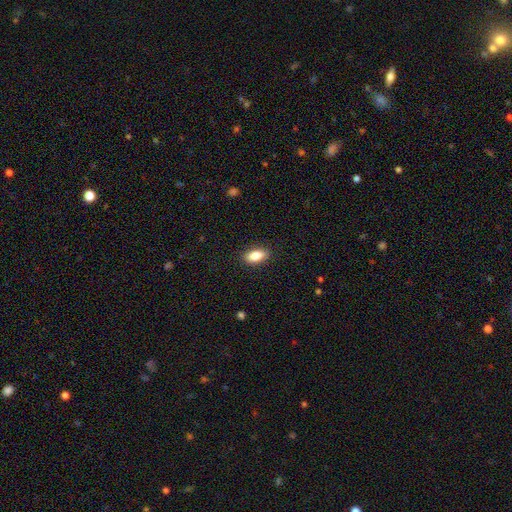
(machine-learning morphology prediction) This appears to be a smooth galaxy with no disk features (85%) that is in between round and cigar-shaped (89%). Merging: none (89%).